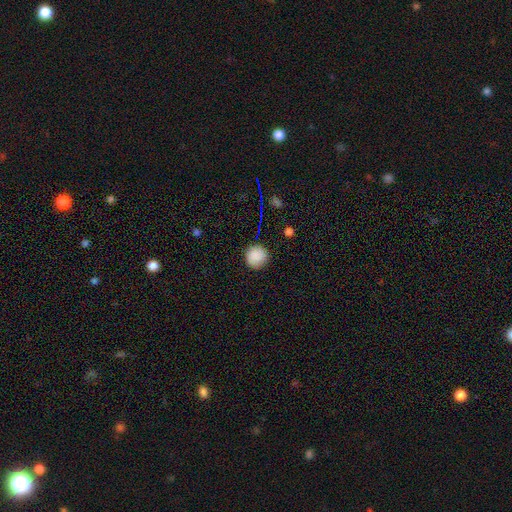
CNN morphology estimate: Overall: smooth (86%). How rounded: round (94%). Merging: none (88%).